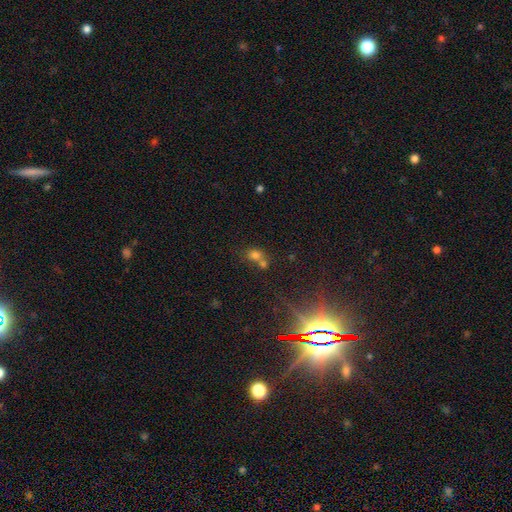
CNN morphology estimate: Smooth or featured: smooth — 55% (star or artifact — 32%)
How rounded: round — 59% (in between — 39%)
Merging: merger — 43% (tied with none — 43%)